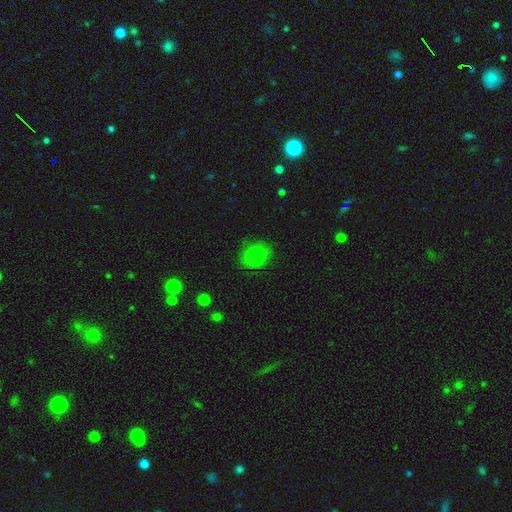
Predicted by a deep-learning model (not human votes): Overall: smooth (82%). How rounded: round (60%; in between 39%). Merging: none (76%).